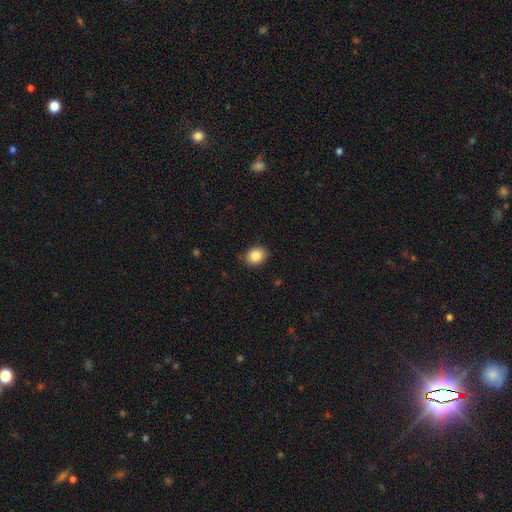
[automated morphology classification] Smooth or featured?
  - smooth: 85% *
  - star or artifact: 9%
  - featured or disk: 6%
How rounded?
  - round: 50% *
  - in between: 49%
  - cigar-shaped: 1%
Merging?
  - none: 88% *
  - minor disturbance: 9%
  - major disturbance: 2%
  - merger: 1%